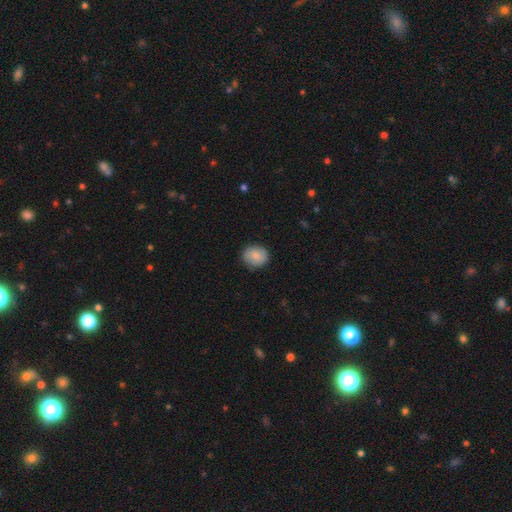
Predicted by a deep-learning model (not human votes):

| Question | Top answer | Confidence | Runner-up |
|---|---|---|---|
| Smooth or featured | smooth | 83% | featured or disk (10%) |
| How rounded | round | 82% | in between (17%) |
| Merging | none | 88% | minor disturbance (9%) |